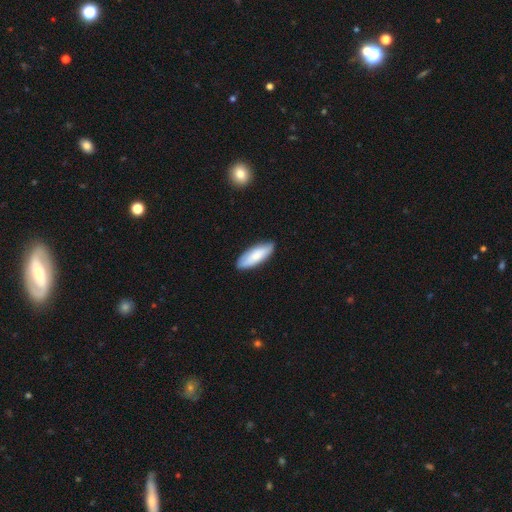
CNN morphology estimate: Smooth or featured? Predicted: smooth (p=0.80). How rounded? Predicted: in between (p=0.65). Merging? Predicted: none (p=0.86).